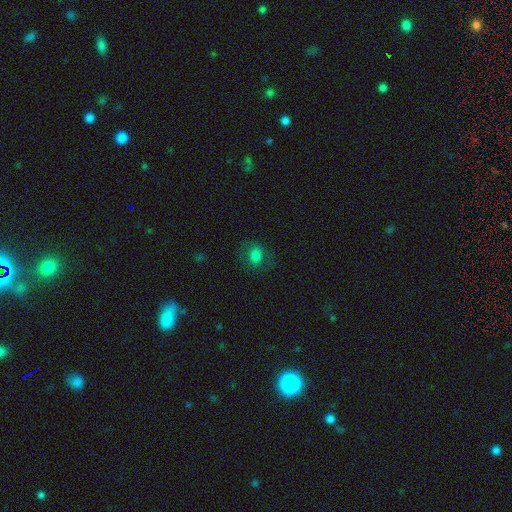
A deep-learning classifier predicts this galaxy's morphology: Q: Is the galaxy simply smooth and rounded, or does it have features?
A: smooth — 73%.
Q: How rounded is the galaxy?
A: in between — 50%.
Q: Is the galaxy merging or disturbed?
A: none — 73%.